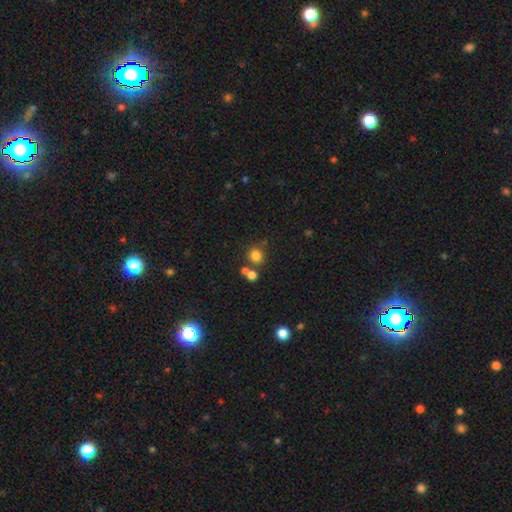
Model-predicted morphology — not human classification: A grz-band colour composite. It shows a smooth galaxy with no disk features (78%) that is round (82%). Merging: none (64%).